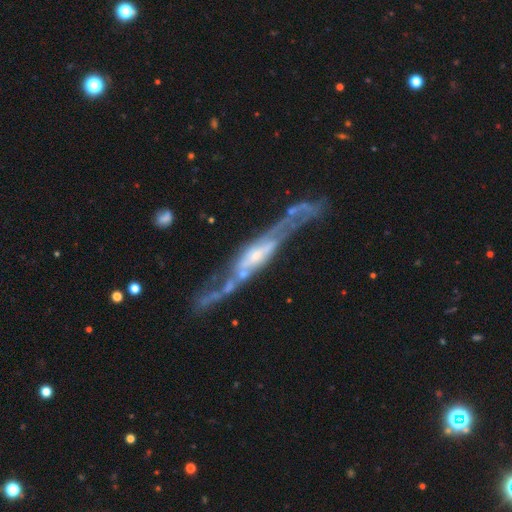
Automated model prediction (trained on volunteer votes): Q: Smooth or featured?
A: featured or disk (86%); runner-up: smooth (9%)
Q: Edge-on disk?
A: no (53%); runner-up: yes (47%)
Q: Merging?
A: none (61%); runner-up: minor disturbance (19%)